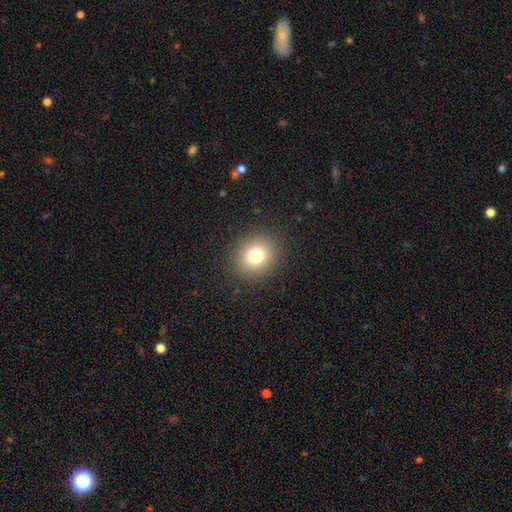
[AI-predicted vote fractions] Overall: smooth (77%). How rounded: round (75%). Merging: none (89%).